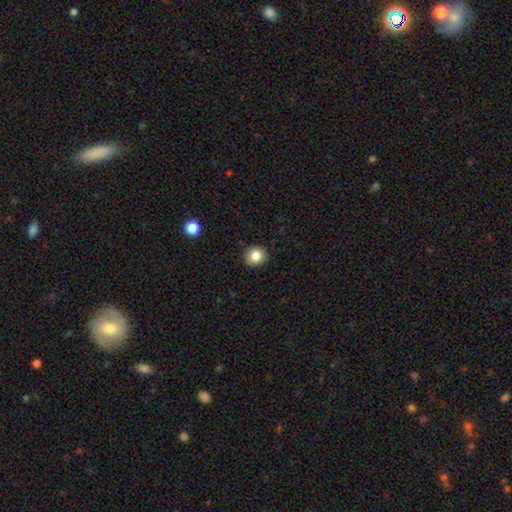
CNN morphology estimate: Overall: smooth (83%). How rounded: round (88%). Merging: none (89%).